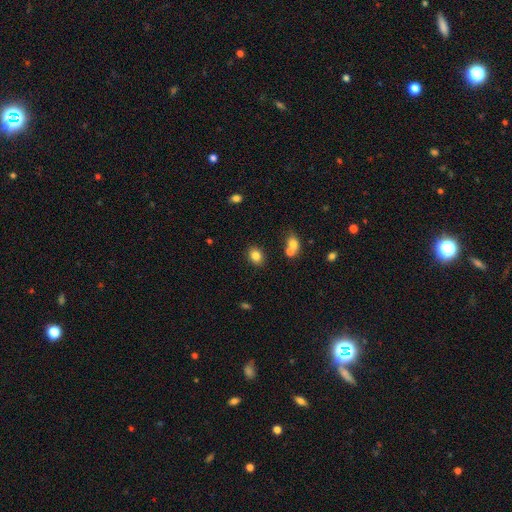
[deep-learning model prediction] Overall: smooth (82%). How rounded: in between (58%; round 41%). Merging: none (83%).